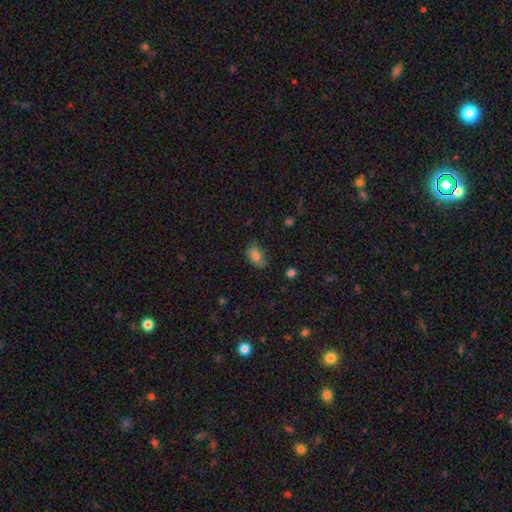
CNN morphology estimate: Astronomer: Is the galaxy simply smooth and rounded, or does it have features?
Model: smooth — 78%.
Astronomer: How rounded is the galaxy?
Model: in between — 85%.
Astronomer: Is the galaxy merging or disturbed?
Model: none — 61%.